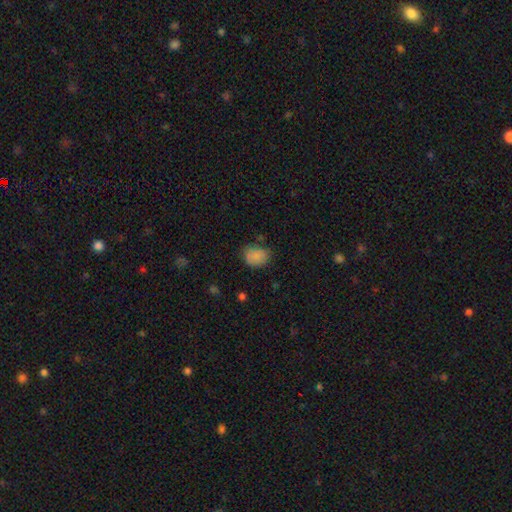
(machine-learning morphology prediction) A smooth galaxy with no disk features (84%) that is in between round and cigar-shaped (54%). Merging: none (65%).